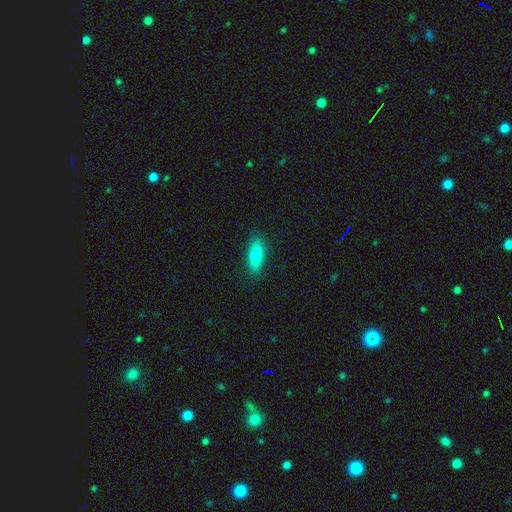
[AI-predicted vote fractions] A smooth galaxy with no disk features (81%) that is in between round and cigar-shaped (63%). Merging: none (87%).